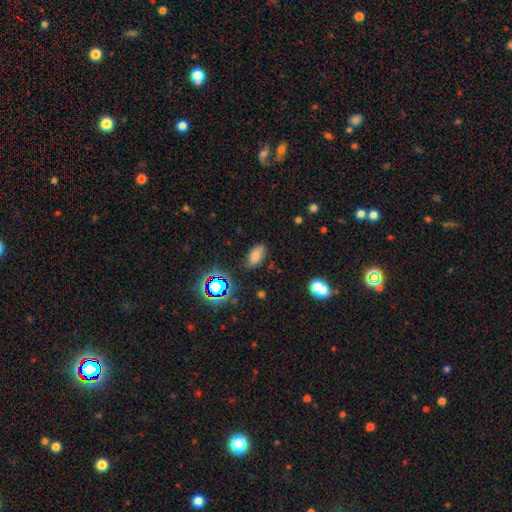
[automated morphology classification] The model was most divided on "smooth or featured": smooth: 68%, star or artifact: 20%, featured or disk: 12%. More confident: how rounded — in between (90%); merging — none (77%).